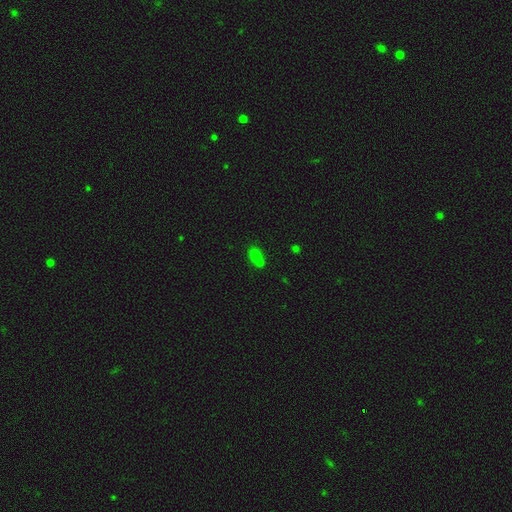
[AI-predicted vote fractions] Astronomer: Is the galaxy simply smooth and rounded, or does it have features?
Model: smooth — 63%.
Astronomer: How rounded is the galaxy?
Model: in between — 51% (runner-up: round, 47%).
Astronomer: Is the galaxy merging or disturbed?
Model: merger — 46% (runner-up: none, 41%).